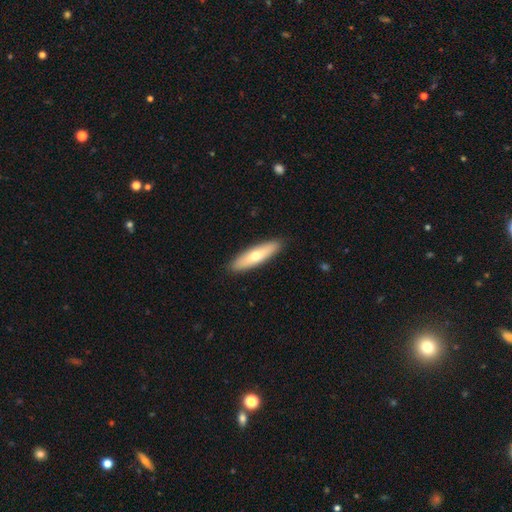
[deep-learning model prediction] Q: Smooth or featured?
A: smooth (65%); runner-up: featured or disk (30%)
Q: How rounded?
A: cigar-shaped (71%); runner-up: in between (28%)
Q: Merging?
A: none (90%); runner-up: minor disturbance (7%)